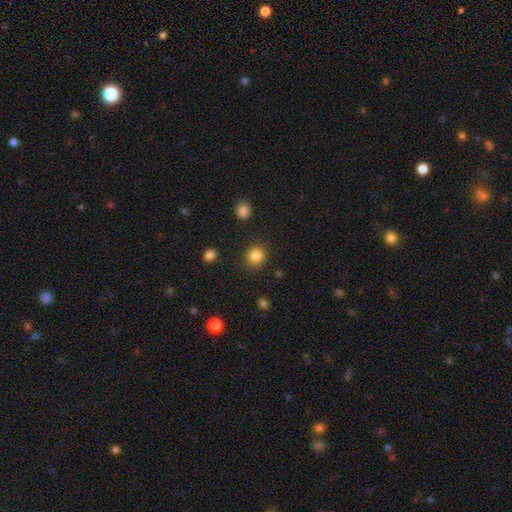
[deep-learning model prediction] A smooth galaxy with no disk features (84%) that is round (81%).

Vote fractions:
- Smooth or featured? smooth: 84% / star or artifact: 11% / featured or disk: 5%
- How rounded? round: 81% / in between: 18% / cigar-shaped: 1%
- Merging? none: 89% / minor disturbance: 7% / major disturbance: 3% / merger: 2%